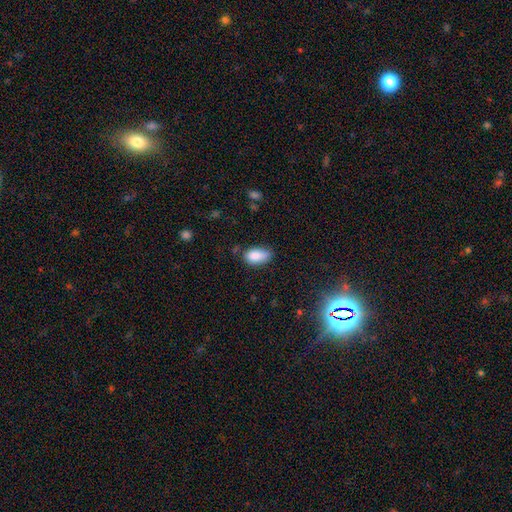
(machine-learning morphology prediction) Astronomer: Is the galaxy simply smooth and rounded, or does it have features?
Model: smooth — 85%.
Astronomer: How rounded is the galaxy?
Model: in between — 91%.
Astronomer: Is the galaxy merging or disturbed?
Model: none — 63%.